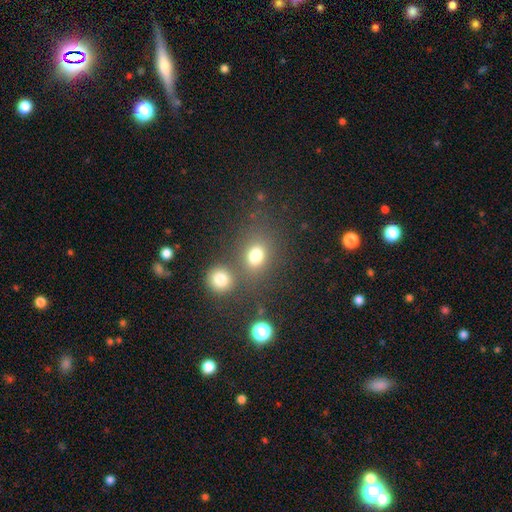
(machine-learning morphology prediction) Smooth or featured: smooth — 76% (star or artifact — 15%)
How rounded: round — 58% (in between — 41%)
Merging: none — 60% (merger — 24%)